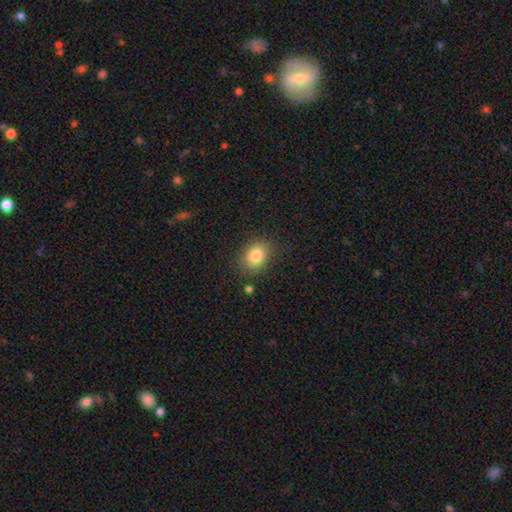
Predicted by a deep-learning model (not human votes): Smooth or featured? Predicted: smooth (p=0.83). How rounded? Predicted: in between (p=0.61). Merging? Predicted: none (p=0.83).